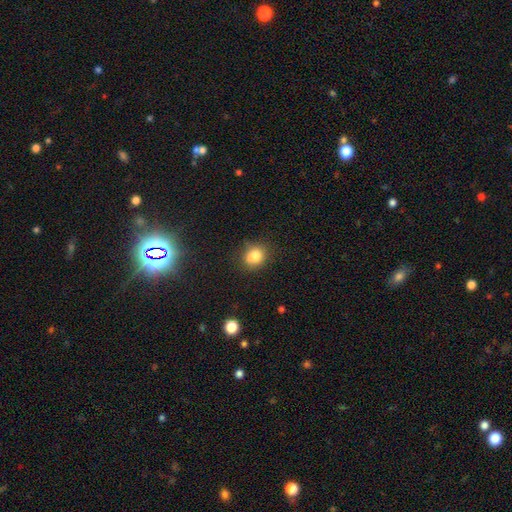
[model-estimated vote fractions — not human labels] Smooth or featured? Predicted: smooth (p=0.77). How rounded? Predicted: round (p=0.61). Merging? Predicted: none (p=0.52).